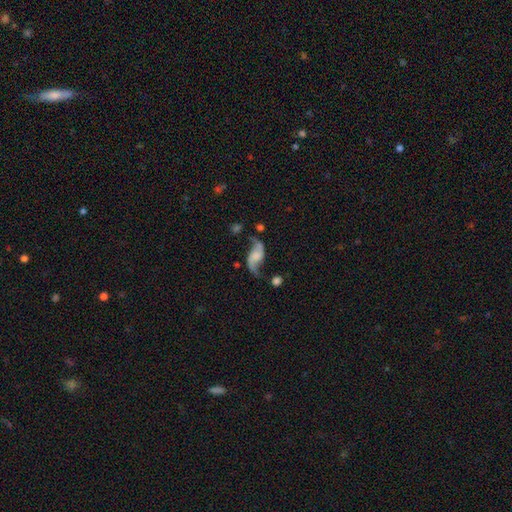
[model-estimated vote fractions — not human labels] Morphology: type=featured or disk (82%); edge-on=no (96%); bar=no (54%); spiral arms=yes (94%); winding=loose (85%); arm count=2 (93%); bulge=none (53%); merging=none (62%).